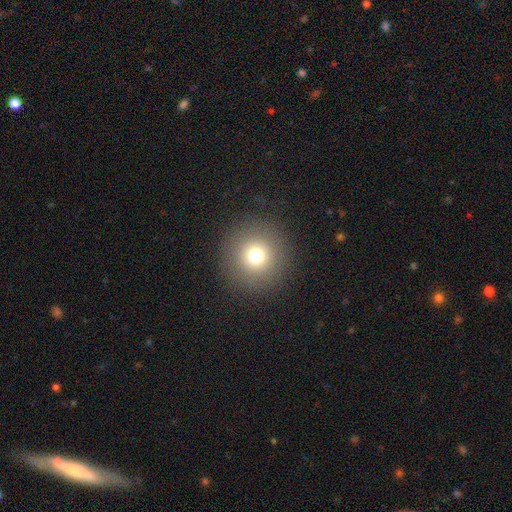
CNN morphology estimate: type=smooth (73%); roundness=round (96%); merging=none (90%).